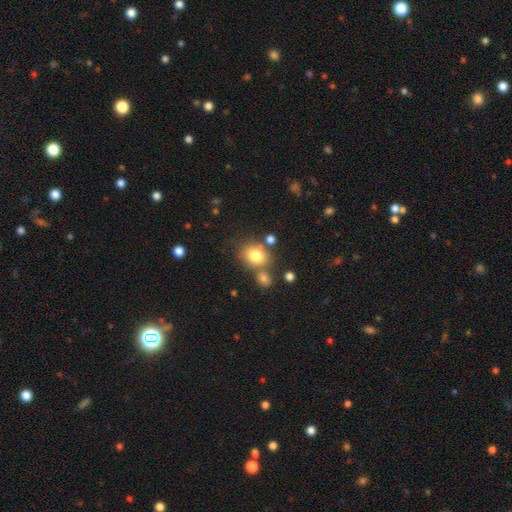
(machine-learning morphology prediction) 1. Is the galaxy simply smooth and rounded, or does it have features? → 79% smooth, 11% star or artifact, 10% featured or disk.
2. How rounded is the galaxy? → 57% round, 42% in between, 1% cigar-shaped.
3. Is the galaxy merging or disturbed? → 61% none, 20% merger, 14% minor disturbance, 5% major disturbance.